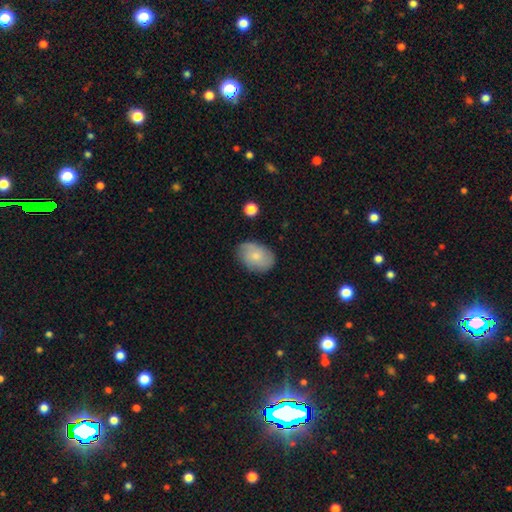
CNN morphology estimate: Q: Smooth or featured?
A: smooth (68%); runner-up: featured or disk (25%)
Q: How rounded?
A: in between (77%); runner-up: round (22%)
Q: Merging?
A: none (76%); runner-up: minor disturbance (18%)